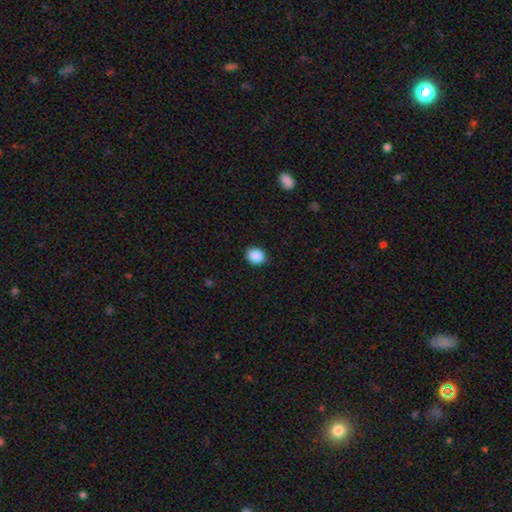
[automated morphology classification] The model was most divided on "how rounded": round: 63%, in between: 37%, cigar-shaped: 1%. More confident: merging — none (90%); smooth or featured — smooth (88%).